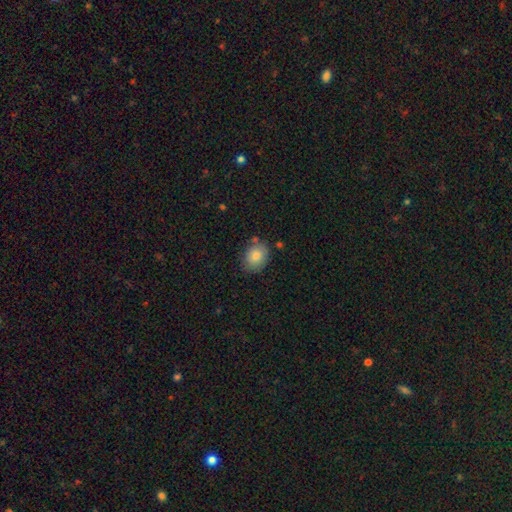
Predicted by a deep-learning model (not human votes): A smooth galaxy with no disk features (82%) that is in between round and cigar-shaped (59%).

Vote fractions:
- Smooth or featured? smooth: 82% / featured or disk: 10% / star or artifact: 8%
- How rounded? in between: 59% / round: 40% / cigar-shaped: 1%
- Merging? none: 75% / minor disturbance: 17% / merger: 4% / major disturbance: 3%